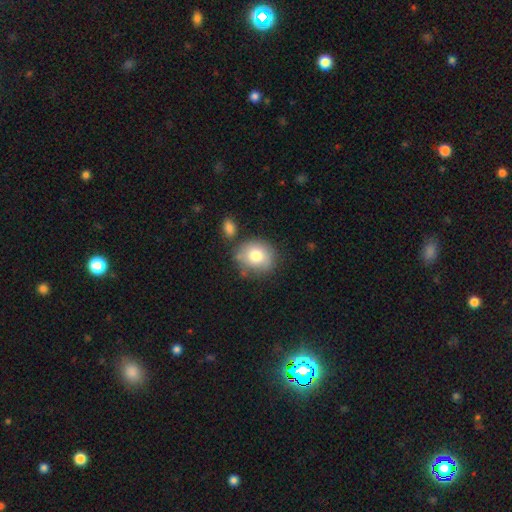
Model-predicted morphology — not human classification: Smooth or featured?
  - smooth: 76% *
  - featured or disk: 16%
  - star or artifact: 8%
How rounded?
  - round: 74% *
  - in between: 25%
  - cigar-shaped: 1%
Merging?
  - none: 66% *
  - minor disturbance: 19%
  - merger: 10%
  - major disturbance: 5%